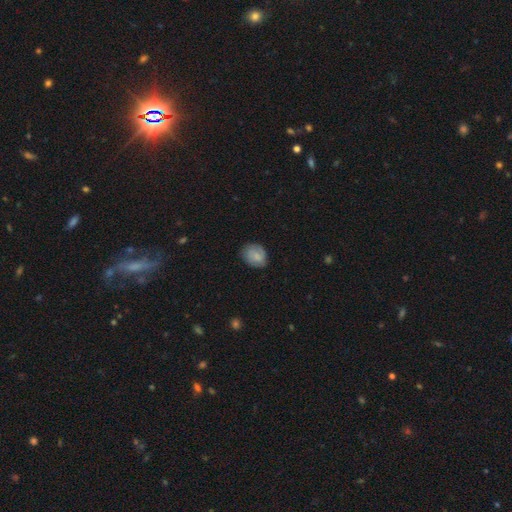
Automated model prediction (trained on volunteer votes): smooth-or-featured: smooth: 76% | featured or disk: 16% | star or artifact: 7%
  how-rounded: round: 50% | in between: 49% | cigar-shaped: 1%
  merging: none: 72% | minor disturbance: 22% | major disturbance: 5% | merger: 1%